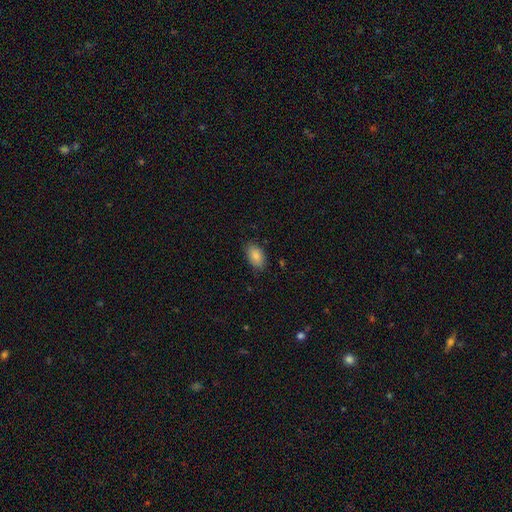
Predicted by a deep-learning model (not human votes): Smooth or featured?
  - smooth: 87% *
  - star or artifact: 7%
  - featured or disk: 6%
How rounded?
  - in between: 93% *
  - round: 5%
  - cigar-shaped: 2%
Merging?
  - none: 82% *
  - minor disturbance: 14%
  - major disturbance: 3%
  - merger: 1%